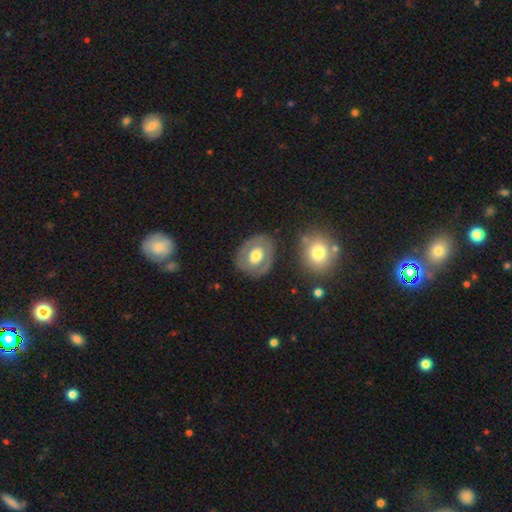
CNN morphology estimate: Smooth or featured?
  - smooth: 48% *
  - featured or disk: 47%
  - star or artifact: 6%
Merging?
  - none: 79% *
  - minor disturbance: 13%
  - major disturbance: 5%
  - merger: 3%